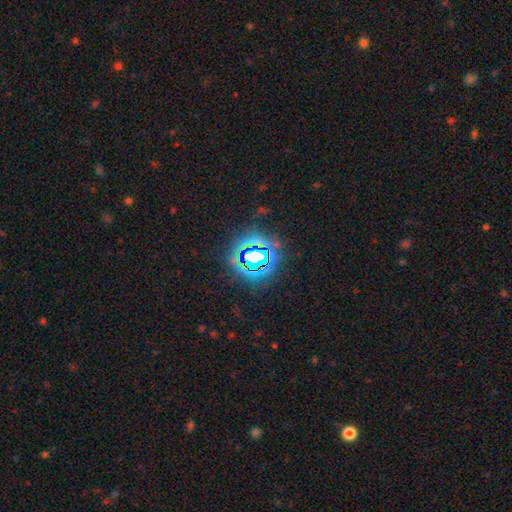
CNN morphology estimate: Smooth or featured? star or artifact (76%)